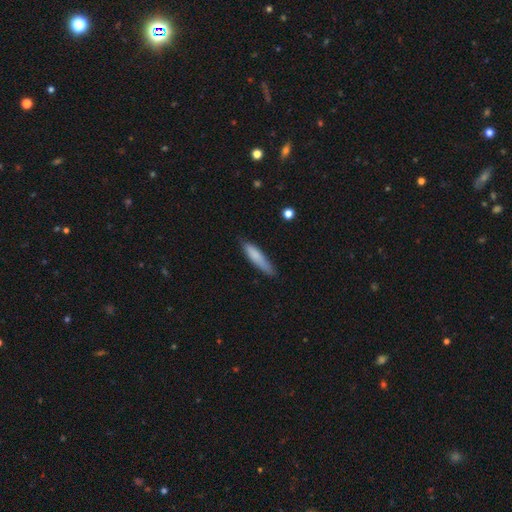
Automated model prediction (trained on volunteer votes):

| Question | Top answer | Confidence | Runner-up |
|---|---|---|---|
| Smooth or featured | smooth | 80% | featured or disk (14%) |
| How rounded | cigar-shaped | 83% | in between (16%) |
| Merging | none | 77% | minor disturbance (19%) |